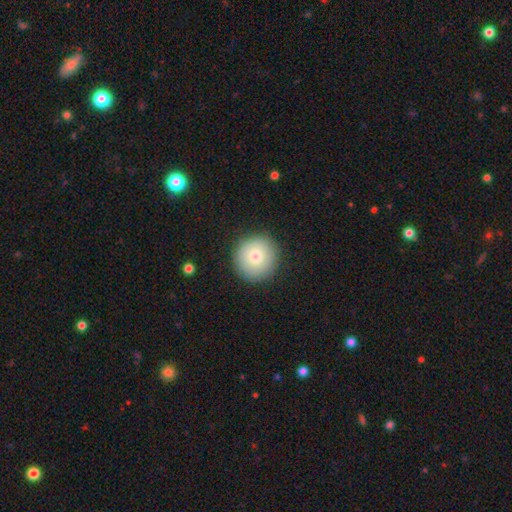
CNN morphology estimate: Overall: smooth (77%). How rounded: round (95%). Merging: none (90%).